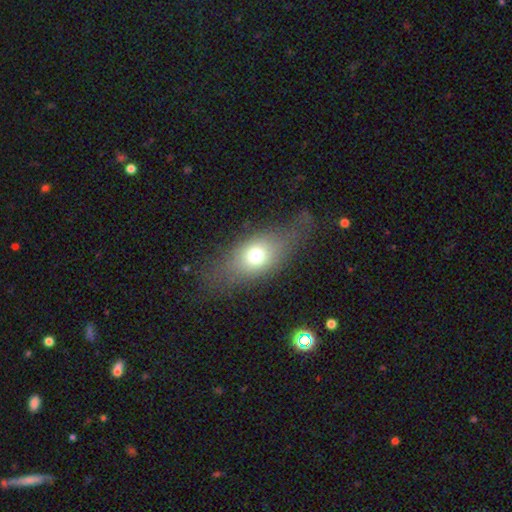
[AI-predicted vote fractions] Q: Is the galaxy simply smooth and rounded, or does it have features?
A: smooth — 64%.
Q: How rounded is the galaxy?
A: in between — 67%.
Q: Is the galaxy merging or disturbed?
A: none — 62%.